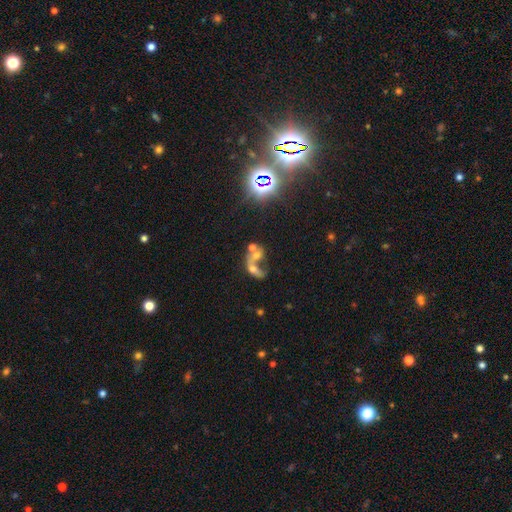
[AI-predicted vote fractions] smooth_or_featured: featured or disk (p=0.43) [alt: smooth p=0.34]
merging: merger (p=0.68) [alt: none p=0.14]